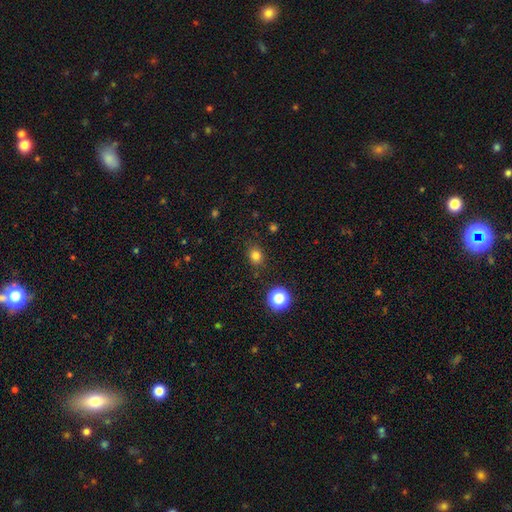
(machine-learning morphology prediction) Smooth or featured: smooth — 80% (star or artifact — 15%)
How rounded: round — 68% (in between — 31%)
Merging: none — 85% (minor disturbance — 10%)